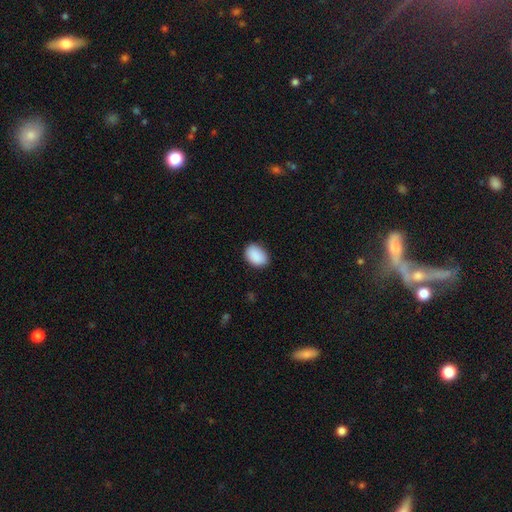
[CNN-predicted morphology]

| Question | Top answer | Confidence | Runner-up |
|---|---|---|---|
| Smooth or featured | smooth | 91% | star or artifact (7%) |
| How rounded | in between | 83% | round (16%) |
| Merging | none | 85% | minor disturbance (12%) |